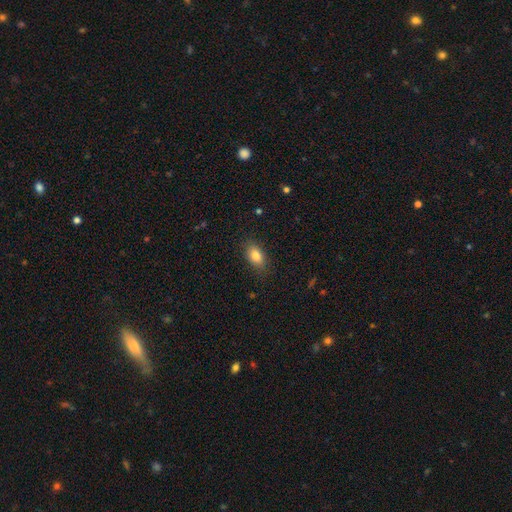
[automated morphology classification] Smooth or featured: smooth — 82% (featured or disk — 9%)
How rounded: in between — 87% (round — 9%)
Merging: none — 84% (minor disturbance — 12%)